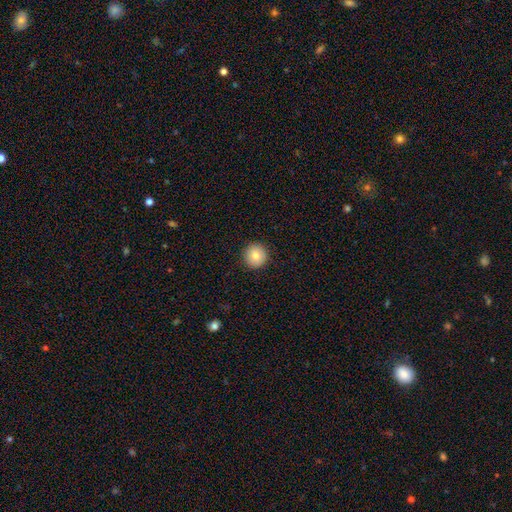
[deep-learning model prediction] Q: Smooth or featured?
A: smooth (81%); runner-up: featured or disk (10%)
Q: How rounded?
A: round (95%); runner-up: in between (4%)
Q: Merging?
A: none (92%); runner-up: minor disturbance (5%)